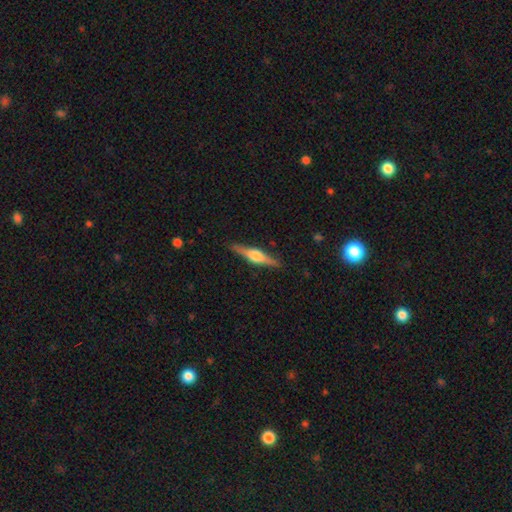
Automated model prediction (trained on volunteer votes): Smooth or featured?
  - featured or disk: 68% *
  - smooth: 27%
  - star or artifact: 6%
Edge-on disk?
  - yes: 97% *
  - no: 3%
Edge-on bulge?
  - rounded: 89% *
  - boxy: 9%
  - none: 2%
Merging?
  - none: 89% *
  - minor disturbance: 8%
  - major disturbance: 2%
  - merger: 1%